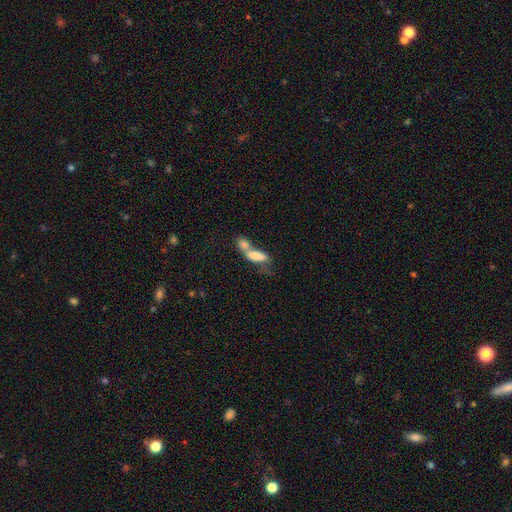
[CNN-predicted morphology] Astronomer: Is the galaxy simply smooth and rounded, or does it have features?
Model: smooth — 72%.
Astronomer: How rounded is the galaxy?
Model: in between — 69%.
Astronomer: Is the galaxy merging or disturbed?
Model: merger — 72%.